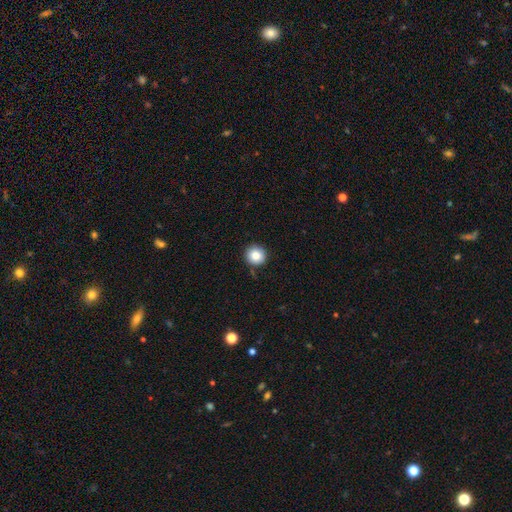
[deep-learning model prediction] This appears to be a smooth galaxy with no disk features (84%) that is round (94%). Merging: none (88%).